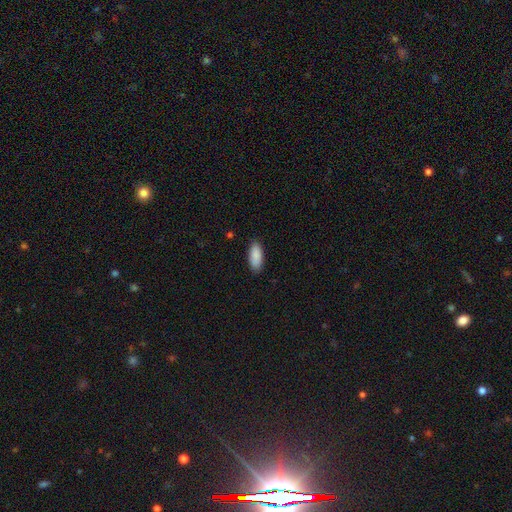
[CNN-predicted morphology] A smooth galaxy with no disk features (90%) that is in between round and cigar-shaped (85%).

Vote fractions:
- Smooth or featured? smooth: 90% / star or artifact: 6% / featured or disk: 4%
- How rounded? in between: 85% / cigar-shaped: 13% / round: 2%
- Merging? none: 86% / minor disturbance: 10% / major disturbance: 2% / merger: 1%